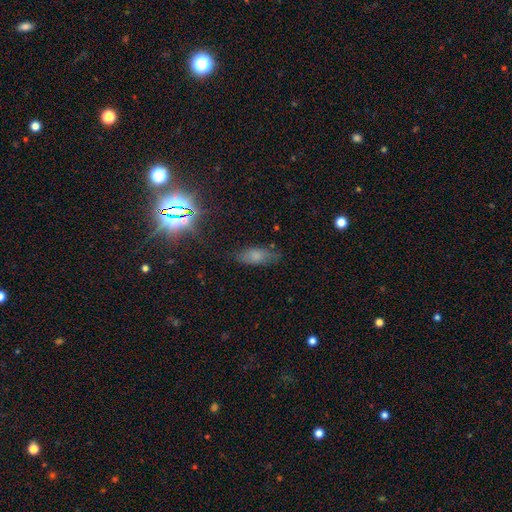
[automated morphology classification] Smooth or featured?
  - smooth: 69% *
  - star or artifact: 17%
  - featured or disk: 14%
How rounded?
  - in between: 81% *
  - cigar-shaped: 15%
  - round: 4%
Merging?
  - none: 75% *
  - minor disturbance: 18%
  - major disturbance: 5%
  - merger: 2%